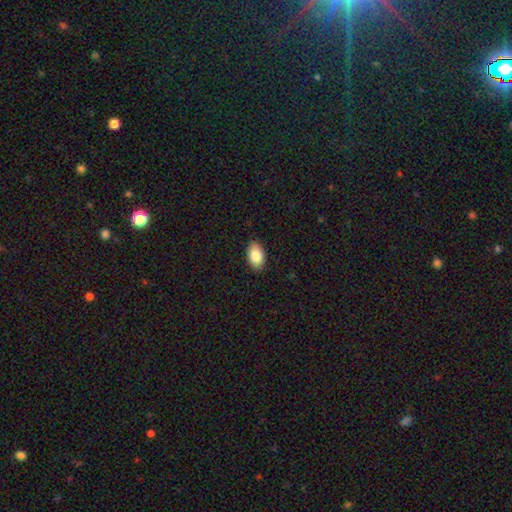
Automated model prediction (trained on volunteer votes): Morphology: type=smooth (85%); roundness=in between (93%); merging=none (88%).